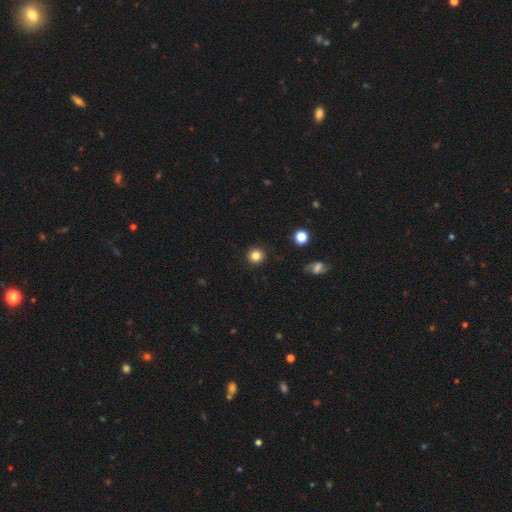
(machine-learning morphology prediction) A smooth galaxy with no disk features (83%) that is round (93%). Merging: none (91%).